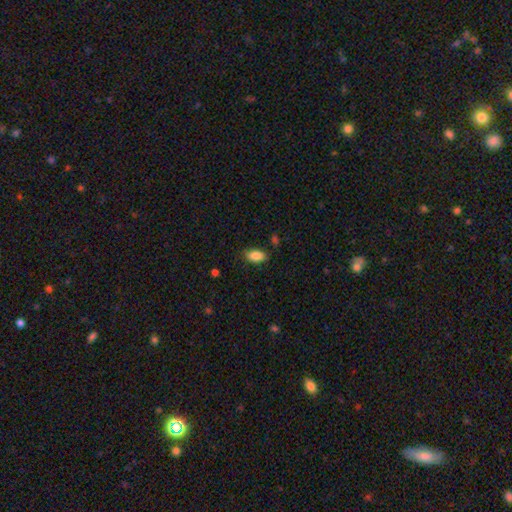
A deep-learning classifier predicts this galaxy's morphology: type=smooth (87%); roundness=in between (90%); merging=none (80%).